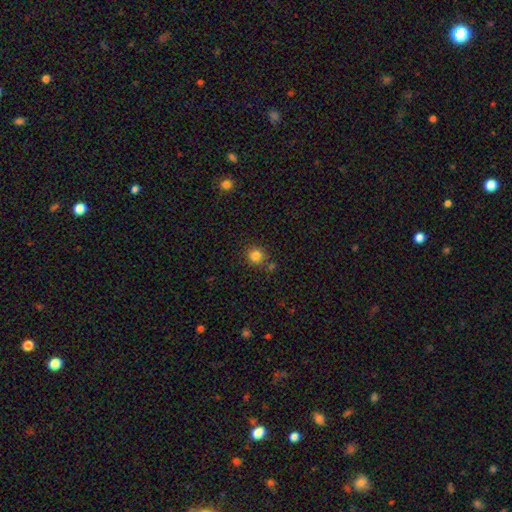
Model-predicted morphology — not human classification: Q: Smooth or featured?
A: smooth (83%); runner-up: star or artifact (12%)
Q: How rounded?
A: round (92%); runner-up: in between (7%)
Q: Merging?
A: none (81%); runner-up: minor disturbance (9%)